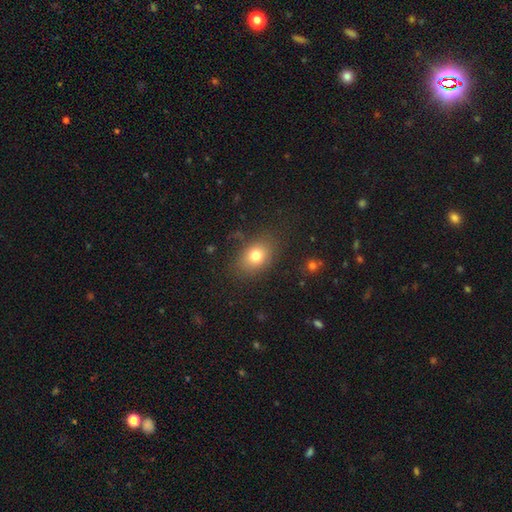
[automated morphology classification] Smooth or featured? smooth (78%)
How rounded? in between (67%)
Merging? none (78%)